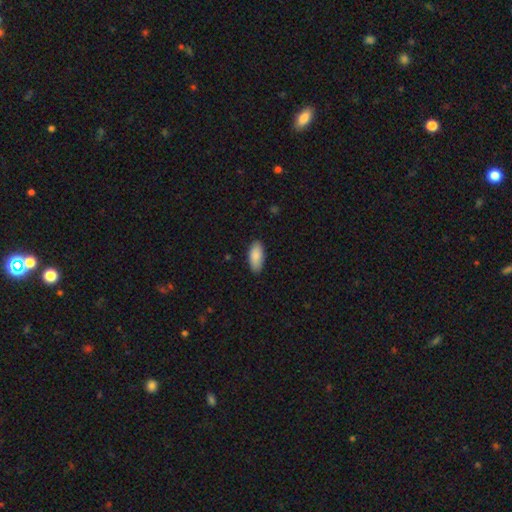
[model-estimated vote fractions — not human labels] Q: Smooth or featured?
A: smooth (89%); runner-up: featured or disk (6%)
Q: How rounded?
A: in between (90%); runner-up: cigar-shaped (8%)
Q: Merging?
A: none (86%); runner-up: minor disturbance (11%)